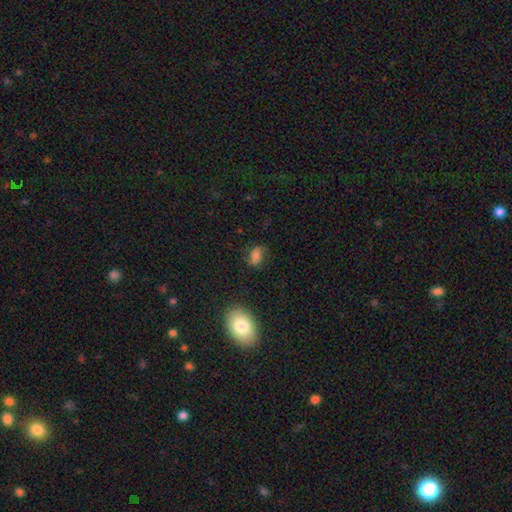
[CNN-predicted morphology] type=smooth (64%); roundness=in between (79%); merging=none (64%).